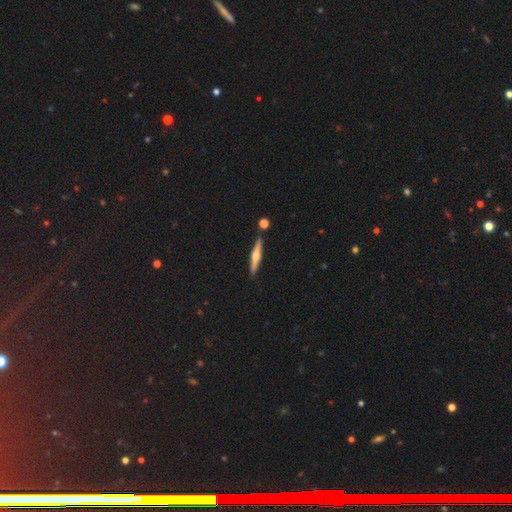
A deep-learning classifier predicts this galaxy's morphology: This is likely a featured or disk galaxy (61%). It is clearly viewed edge-on (97%). Edge-on bulge: clearly rounded (88%). Merging: clearly none (86%).